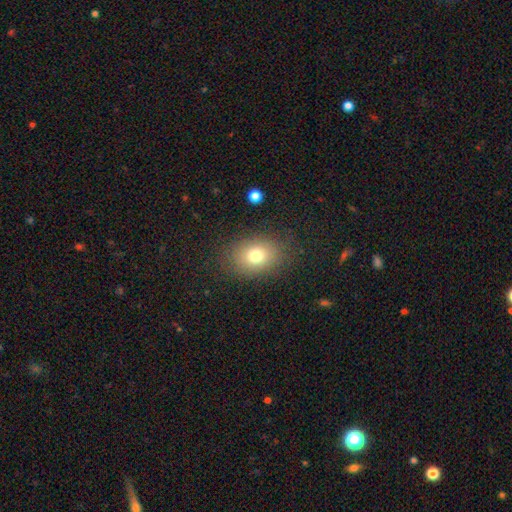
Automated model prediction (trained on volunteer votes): smooth_or_featured: smooth (p=0.75) [alt: star or artifact p=0.13]
how_rounded: in between (p=0.63) [alt: round p=0.36]
merging: none (p=0.83) [alt: minor disturbance p=0.11]